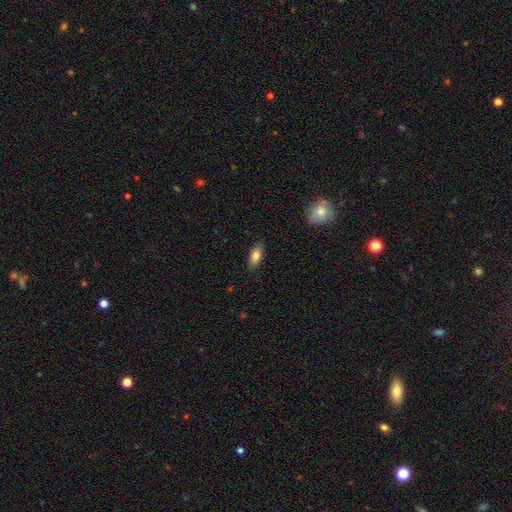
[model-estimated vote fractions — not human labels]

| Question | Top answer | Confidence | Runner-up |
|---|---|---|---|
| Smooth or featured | smooth | 80% | featured or disk (13%) |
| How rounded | in between | 81% | cigar-shaped (16%) |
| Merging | none | 86% | minor disturbance (10%) |